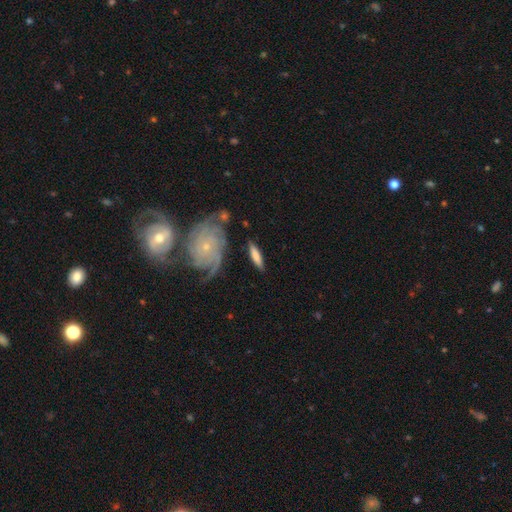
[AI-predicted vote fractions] This appears to be a smooth galaxy with no disk features (57%) that is cigar-shaped (66%). Merging: none (76%).